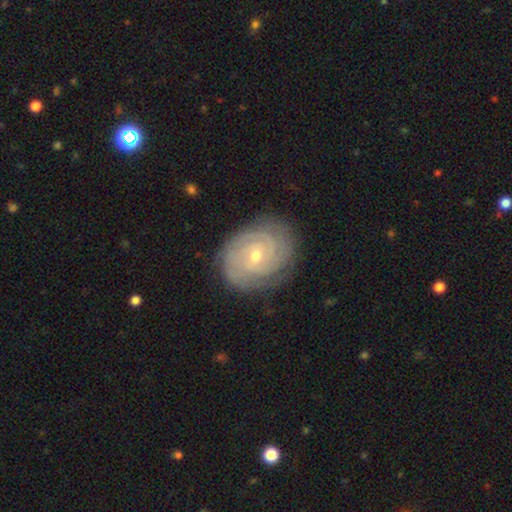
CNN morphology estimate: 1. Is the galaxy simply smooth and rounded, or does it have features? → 85% featured or disk, 10% smooth, 5% star or artifact.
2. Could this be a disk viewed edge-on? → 97% no, 3% yes.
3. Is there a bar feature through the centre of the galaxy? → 61% no, 32% weak, 7% strong.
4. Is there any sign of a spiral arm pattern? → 96% yes, 4% no.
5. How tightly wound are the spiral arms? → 83% tight, 14% medium, 3% loose.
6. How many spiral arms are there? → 30% can't tell, 23% 2, 22% 3, 13% 4, 6% more than 4, 6% 1.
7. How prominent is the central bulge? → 59% small, 39% moderate, 1% large, 1% none, 1% dominant.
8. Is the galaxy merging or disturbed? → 82% none, 13% minor disturbance, 4% major disturbance, 1% merger.